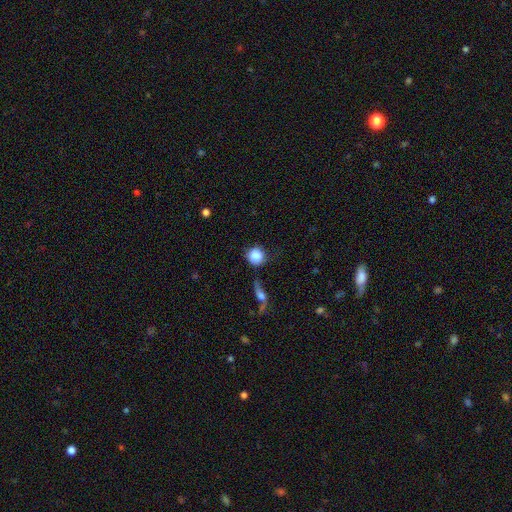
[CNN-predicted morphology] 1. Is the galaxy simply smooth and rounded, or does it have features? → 84% smooth, 8% star or artifact, 8% featured or disk.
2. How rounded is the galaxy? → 91% round, 8% in between, 1% cigar-shaped.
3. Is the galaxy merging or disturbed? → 65% none, 18% minor disturbance, 10% merger, 8% major disturbance.